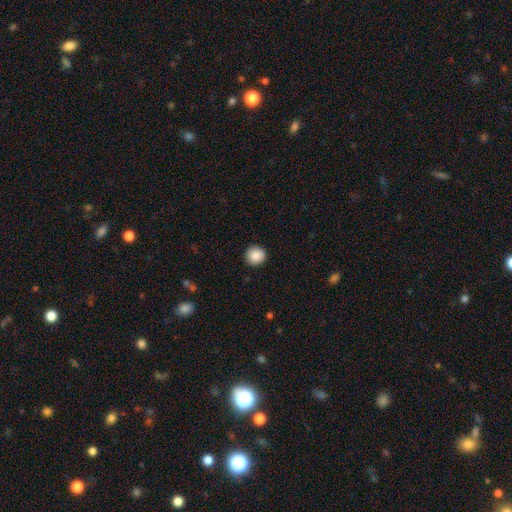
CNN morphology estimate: Overall: smooth (88%). How rounded: round (93%). Merging: none (92%).